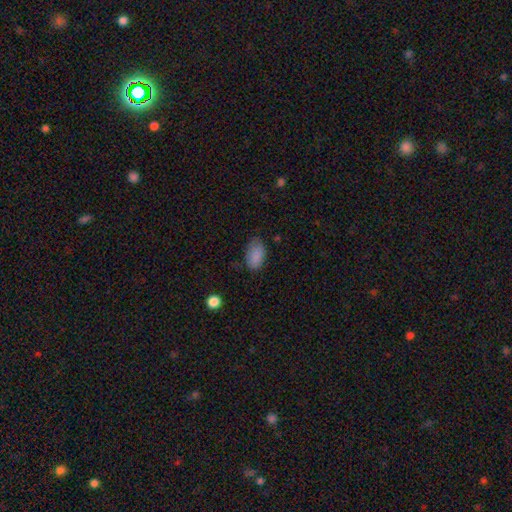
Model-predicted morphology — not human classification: Overall: smooth (87%). How rounded: in between (92%). Merging: none (70%).